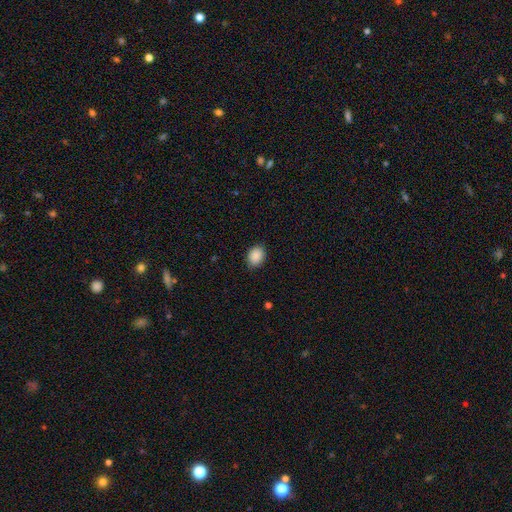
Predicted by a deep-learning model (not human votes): Smooth or featured?
  - smooth: 90% *
  - star or artifact: 8%
  - featured or disk: 3%
How rounded?
  - in between: 65% *
  - round: 34%
  - cigar-shaped: 1%
Merging?
  - none: 87% *
  - minor disturbance: 10%
  - major disturbance: 2%
  - merger: 1%